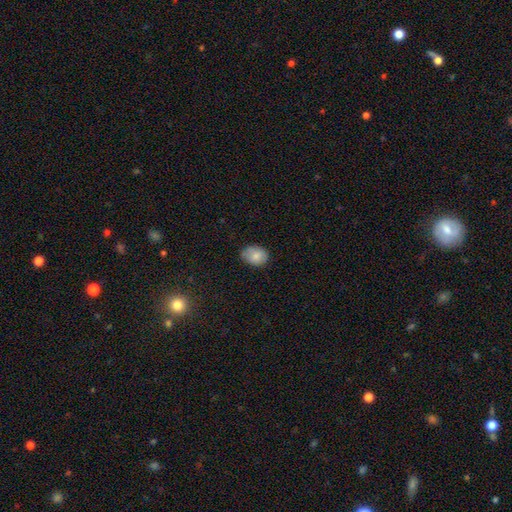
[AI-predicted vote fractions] Overall: smooth (84%). How rounded: in between (71%). Merging: none (73%).